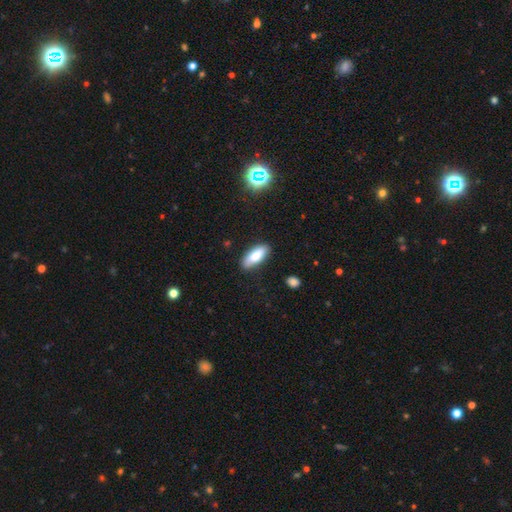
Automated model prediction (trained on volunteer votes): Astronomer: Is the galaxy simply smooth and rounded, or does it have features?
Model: smooth — 79%.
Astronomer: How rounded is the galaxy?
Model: in between — 78%.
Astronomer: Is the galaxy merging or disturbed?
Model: none — 84%.